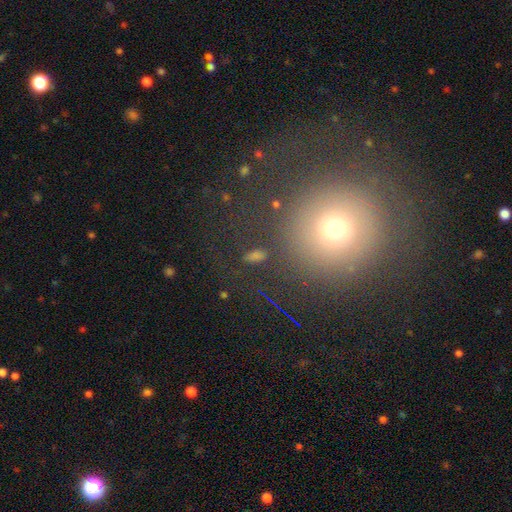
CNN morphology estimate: smooth-or-featured: smooth: 55% | star or artifact: 30% | featured or disk: 15%
  how-rounded: round: 70% | in between: 25% | cigar-shaped: 5%
  merging: none: 75% | minor disturbance: 11% | major disturbance: 8% | merger: 6%